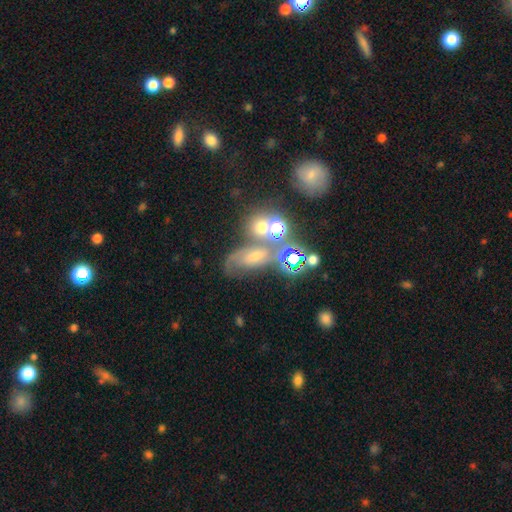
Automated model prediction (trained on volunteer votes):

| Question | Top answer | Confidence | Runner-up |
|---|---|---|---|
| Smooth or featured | smooth | 34% | featured or disk (33%) |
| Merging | none | 34% | merger (32%) |